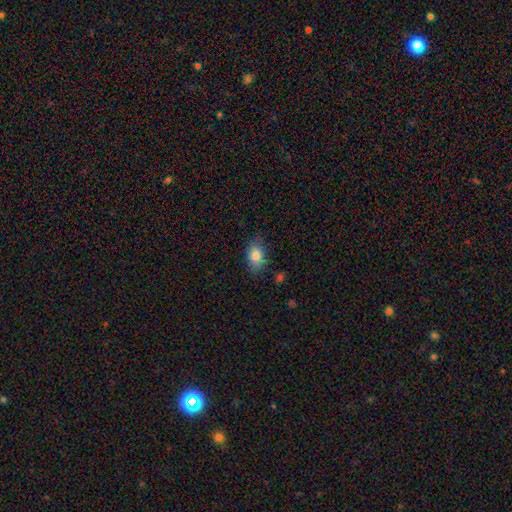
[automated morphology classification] Smooth or featured: smooth — 85% (star or artifact — 8%)
How rounded: in between — 82% (round — 17%)
Merging: none — 77% (minor disturbance — 17%)